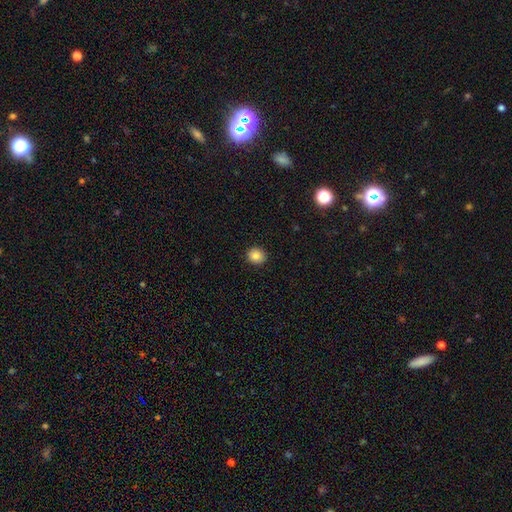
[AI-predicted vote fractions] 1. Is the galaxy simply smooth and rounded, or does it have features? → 84% smooth, 10% star or artifact, 6% featured or disk.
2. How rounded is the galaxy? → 83% round, 16% in between, 1% cigar-shaped.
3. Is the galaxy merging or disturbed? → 92% none, 6% minor disturbance, 2% major disturbance, 1% merger.